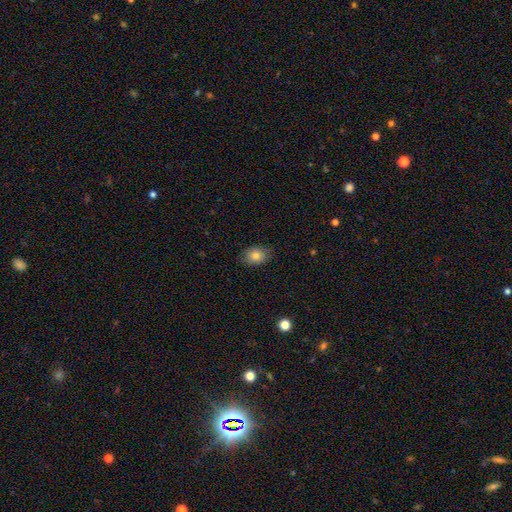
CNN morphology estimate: smooth-or-featured: smooth: 82% | star or artifact: 9% | featured or disk: 8%
  how-rounded: in between: 67% | round: 31% | cigar-shaped: 1%
  merging: none: 83% | minor disturbance: 14% | major disturbance: 3% | merger: 1%